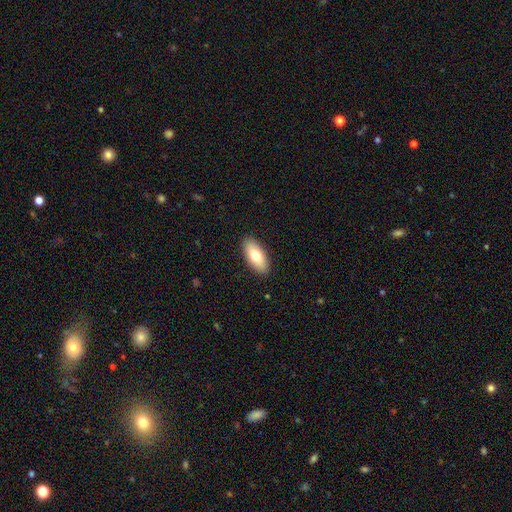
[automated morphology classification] Smooth or featured: smooth — 77% (featured or disk — 17%)
How rounded: in between — 88% (cigar-shaped — 9%)
Merging: none — 90% (minor disturbance — 8%)